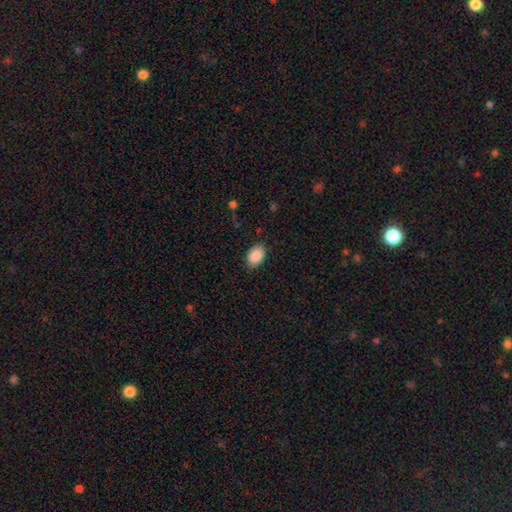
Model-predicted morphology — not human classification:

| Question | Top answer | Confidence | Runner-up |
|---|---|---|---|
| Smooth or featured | smooth | 90% | star or artifact (7%) |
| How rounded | in between | 80% | round (19%) |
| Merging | none | 84% | minor disturbance (12%) |